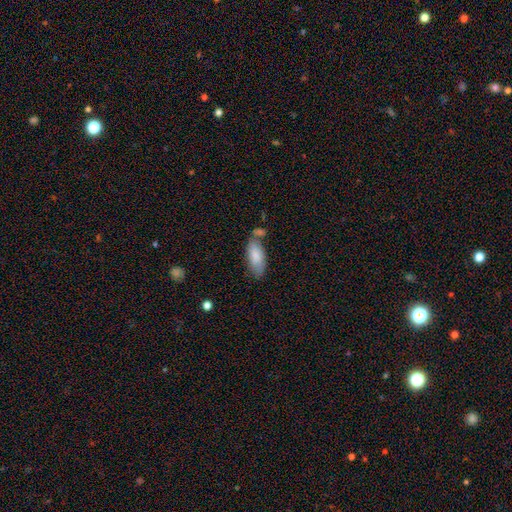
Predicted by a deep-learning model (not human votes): Smooth or featured? Predicted: smooth (p=0.81). How rounded? Predicted: in between (p=0.85). Merging? Predicted: none (p=0.55).